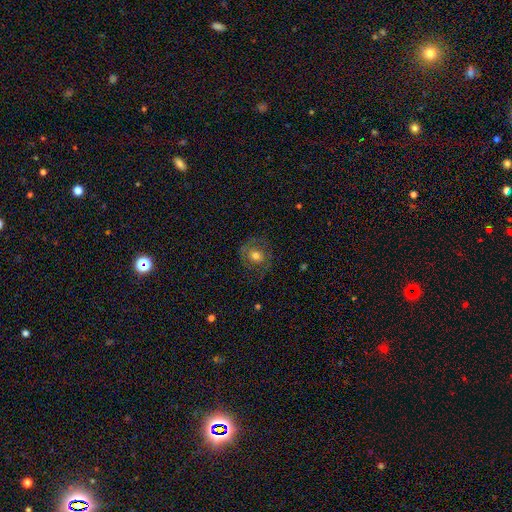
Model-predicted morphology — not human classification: Overall: smooth (57%; featured or disk 33%). How rounded: round (76%). Merging: none (74%).